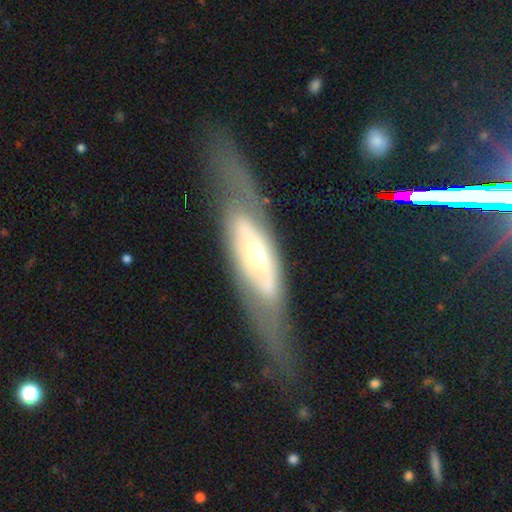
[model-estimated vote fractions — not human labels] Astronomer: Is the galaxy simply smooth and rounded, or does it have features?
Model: featured or disk — 70%.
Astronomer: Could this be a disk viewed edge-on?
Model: no — 58% (runner-up: yes, 42%).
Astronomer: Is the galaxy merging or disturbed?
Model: none — 70%.